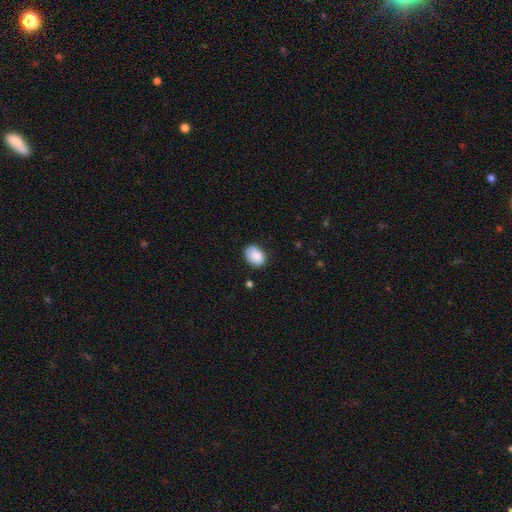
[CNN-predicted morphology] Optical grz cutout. It shows a smooth galaxy with no disk features (88%) that is in between round and cigar-shaped (77%). Merging: none (74%).